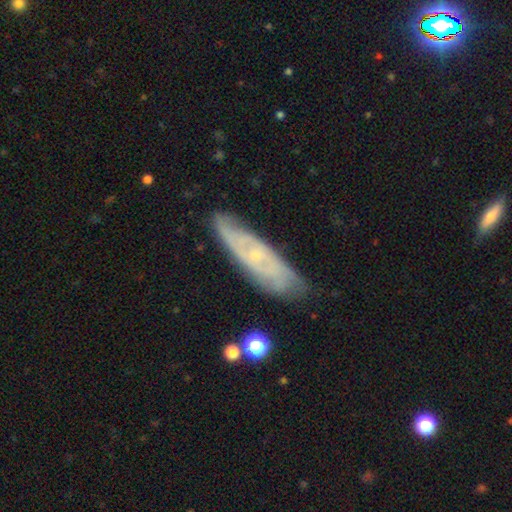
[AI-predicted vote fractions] This is likely a featured or disk galaxy (75%). It is likely not viewed edge-on (77%). Bar: likely no (67%). Spiral arm pattern: clearly yes (88%). Spiral arm count: possibly can't tell (47%). Spiral winding: possibly tight (57%). Central bulge: likely small (79%). Merging: likely none (75%).